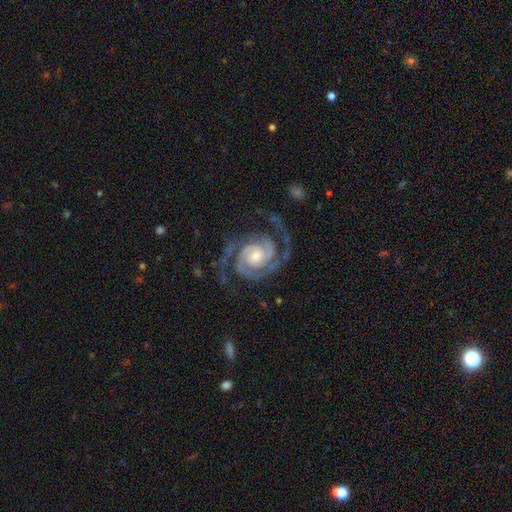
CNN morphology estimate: A featured or disk galaxy (94%) with no bar (63%), 2 (87%) tight (62%) spiral arms (99%) and a moderate central bulge (48%).

Vote fractions:
- Smooth or featured? featured or disk: 94% / star or artifact: 4% / smooth: 2%
- Edge-on disk? no: 98% / yes: 2%
- Bar? no: 63% / weak: 27% / strong: 10%
- Spiral arms? yes: 99% / no: 1%
- Spiral winding? tight: 62% / medium: 33% / loose: 5%
- Spiral arm count? 2: 87% / 3: 7% / can't tell: 2% / 4: 2% / 1: 2% / more than 4: 1%
- Bulge size? moderate: 48% / small: 43% / large: 5% / none: 3% / dominant: 1%
- Merging? none: 74% / minor disturbance: 15% / major disturbance: 9% / merger: 1%